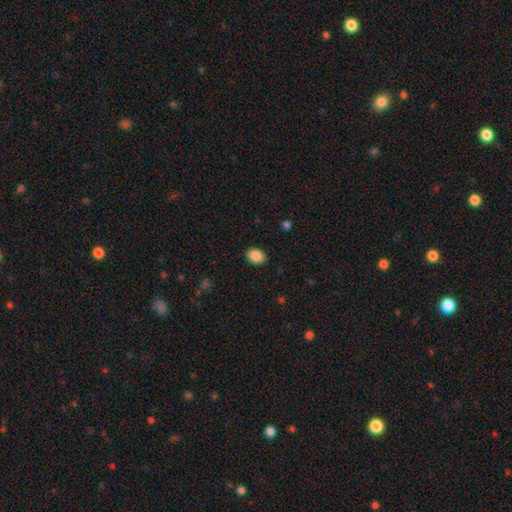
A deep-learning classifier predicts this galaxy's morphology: type=smooth (88%); roundness=in between (74%); merging=none (89%).